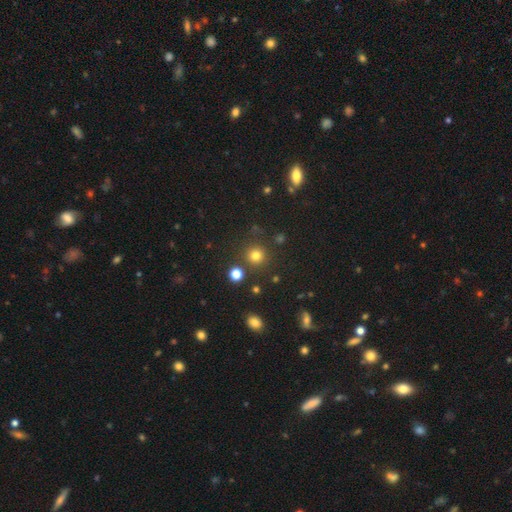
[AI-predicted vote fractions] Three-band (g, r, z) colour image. It shows a smooth galaxy with no disk features (78%) that is round (94%). Merging: none (86%).